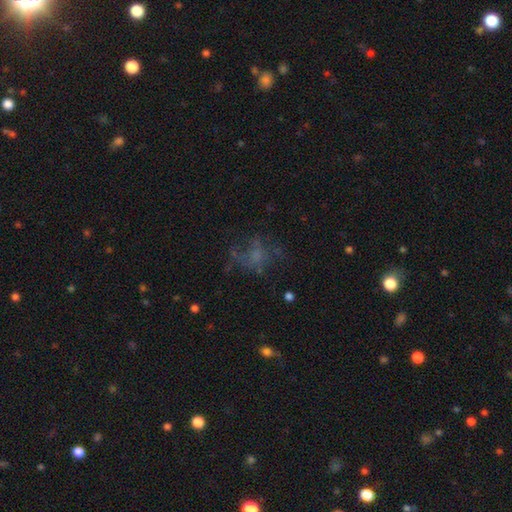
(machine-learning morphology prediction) smooth-or-featured: smooth: 43% | featured or disk: 35% | star or artifact: 21%
  merging: none: 44% | major disturbance: 33% | minor disturbance: 19% | merger: 4%